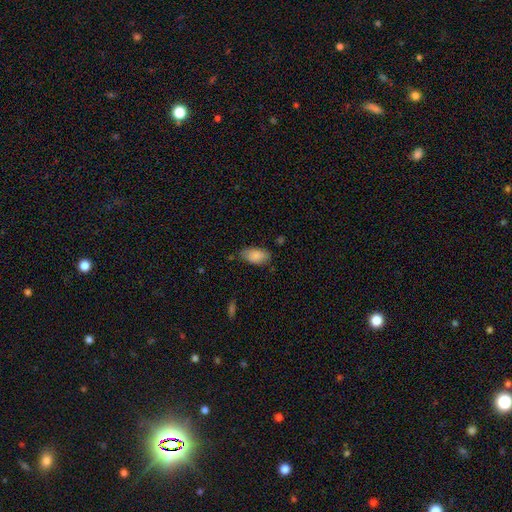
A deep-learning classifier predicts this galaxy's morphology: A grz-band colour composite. It shows a smooth galaxy with no disk features (86%) that is in between round and cigar-shaped (94%). Merging: none (72%).